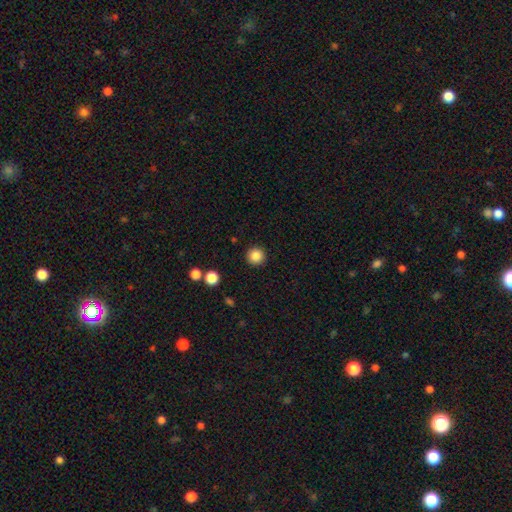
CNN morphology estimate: Smooth or featured?
  - smooth: 86% *
  - star or artifact: 10%
  - featured or disk: 4%
How rounded?
  - round: 96% *
  - in between: 4%
  - cigar-shaped: 1%
Merging?
  - none: 92% *
  - minor disturbance: 5%
  - major disturbance: 2%
  - merger: 1%